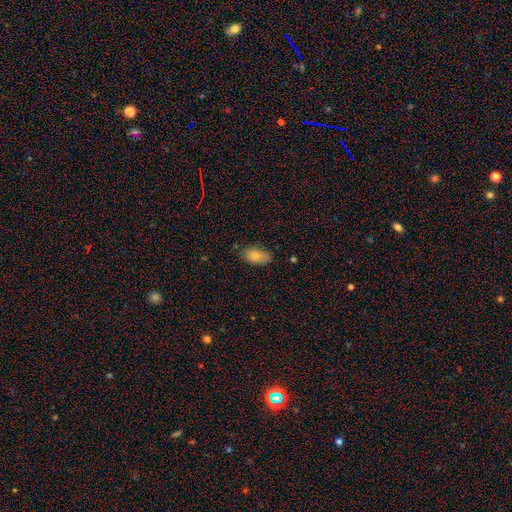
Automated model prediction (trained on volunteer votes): Smooth or featured? Predicted: smooth (p=0.78). How rounded? Predicted: in between (p=0.92). Merging? Predicted: none (p=0.77).